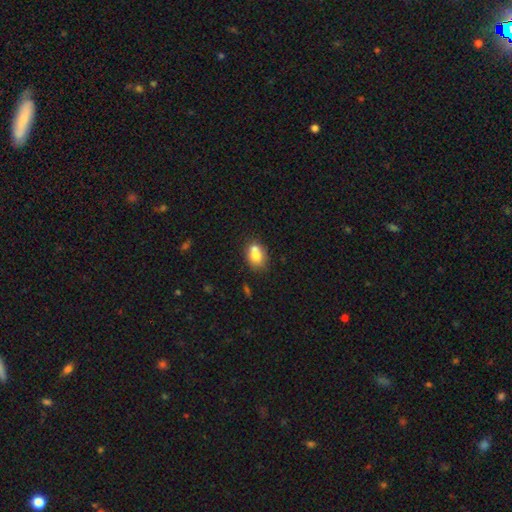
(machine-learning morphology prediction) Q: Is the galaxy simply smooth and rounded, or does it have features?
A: smooth — 73%.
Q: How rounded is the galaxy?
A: in between — 59%.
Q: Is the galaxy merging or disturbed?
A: merger — 42%.